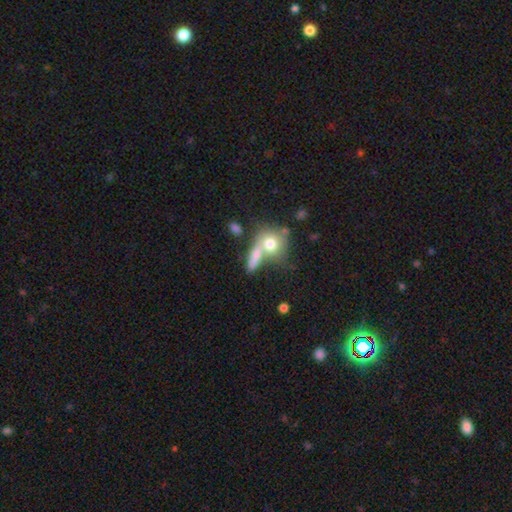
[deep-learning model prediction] A smooth galaxy with no disk features (71%) that is in between round and cigar-shaped (40%).

Vote fractions:
- Smooth or featured? smooth: 71% / featured or disk: 20% / star or artifact: 9%
- How rounded? in between: 40% / round: 39% / cigar-shaped: 21%
- Merging? merger: 44% / none: 38% / minor disturbance: 11% / major disturbance: 7%